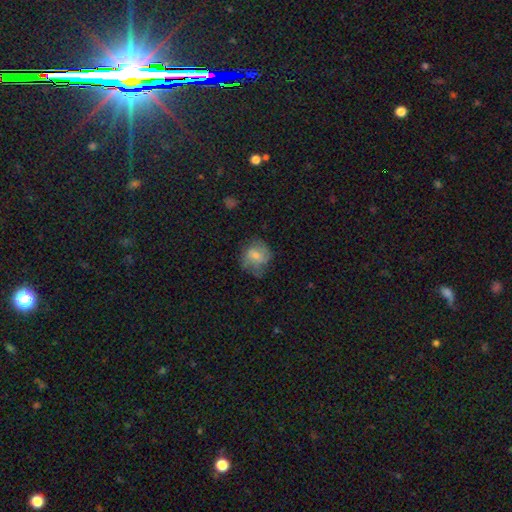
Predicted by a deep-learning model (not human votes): Morphology: type=smooth (57%); roundness=round (75%); merging=none (57%).